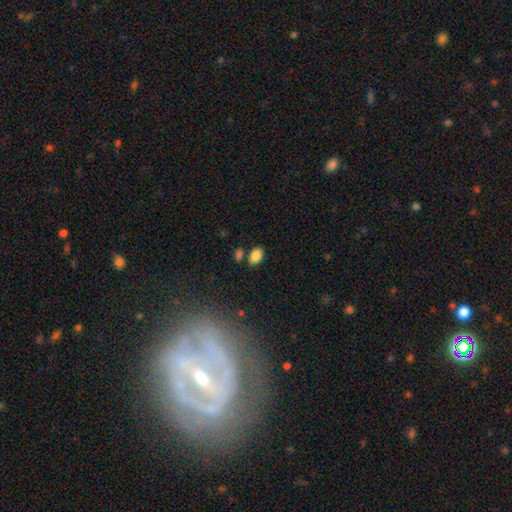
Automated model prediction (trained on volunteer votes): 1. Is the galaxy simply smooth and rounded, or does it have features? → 86% smooth, 9% star or artifact, 5% featured or disk.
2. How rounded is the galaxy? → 87% in between, 12% round, 1% cigar-shaped.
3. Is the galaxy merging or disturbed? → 72% none, 12% minor disturbance, 12% merger, 4% major disturbance.